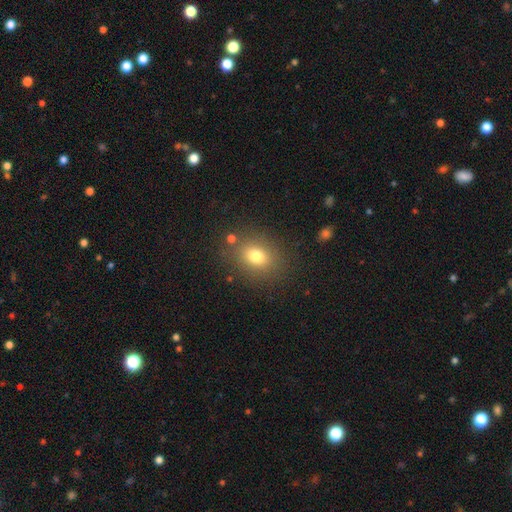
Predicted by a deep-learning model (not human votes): Smooth or featured: smooth — 77% (star or artifact — 13%)
How rounded: in between — 52% (round — 47%)
Merging: none — 81% (minor disturbance — 11%)